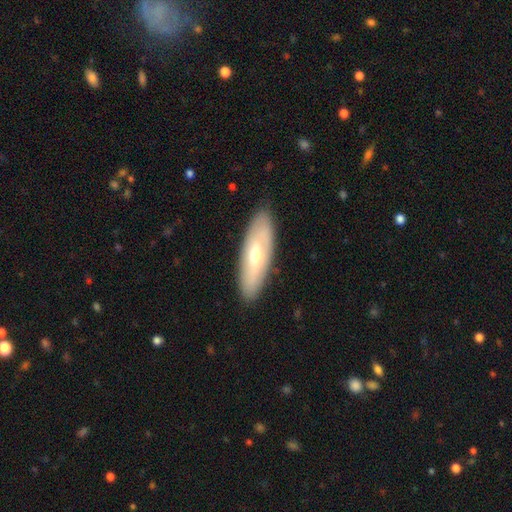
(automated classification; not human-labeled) Smooth or featured? Predicted: featured or disk (p=0.49). Merging? Predicted: none (p=0.87).